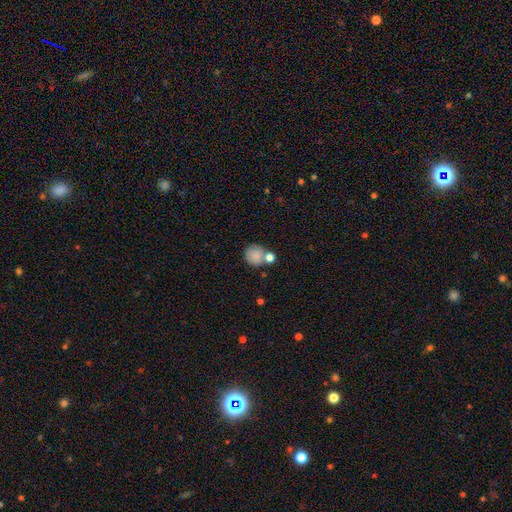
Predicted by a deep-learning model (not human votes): Smooth or featured: smooth — 84% (star or artifact — 9%)
How rounded: round — 87% (in between — 12%)
Merging: none — 56% (merger — 27%)